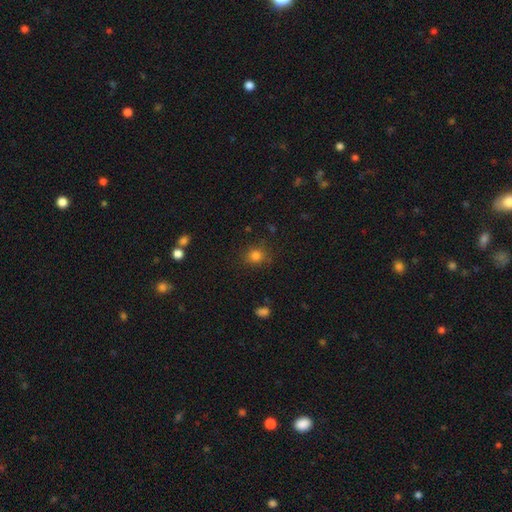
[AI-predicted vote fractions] smooth-or-featured: smooth: 80% | star or artifact: 14% | featured or disk: 6%
  how-rounded: round: 81% | in between: 18% | cigar-shaped: 1%
  merging: none: 83% | minor disturbance: 12% | major disturbance: 4% | merger: 2%